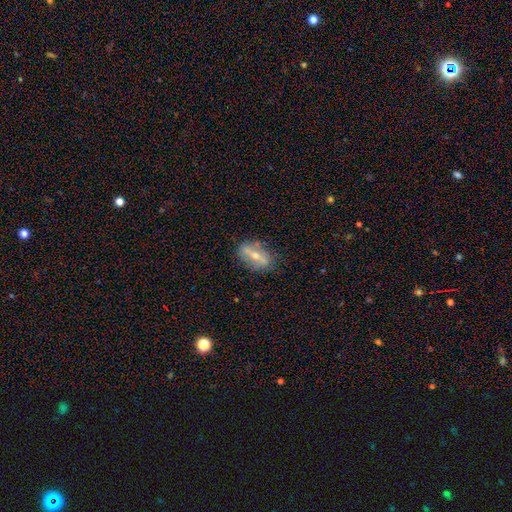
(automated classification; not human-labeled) smooth_or_featured: featured or disk (p=0.62) [alt: smooth p=0.30]
disk_edge_on: no (p=0.71) [alt: yes p=0.29]
merging: none (p=0.77) [alt: minor disturbance p=0.16]